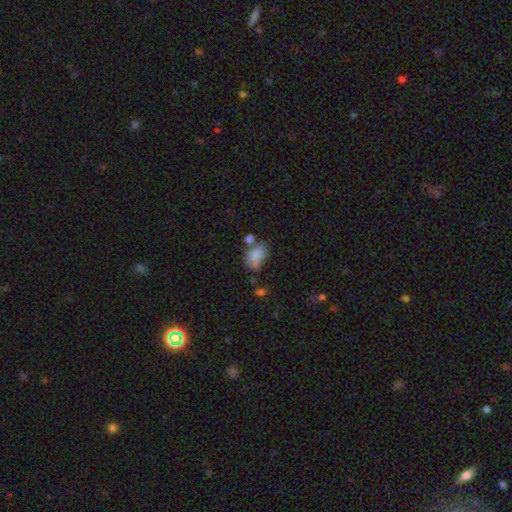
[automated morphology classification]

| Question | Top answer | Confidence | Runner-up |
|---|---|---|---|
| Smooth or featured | smooth | 78% | featured or disk (12%) |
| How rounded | in between | 80% | round (19%) |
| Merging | none | 40% | minor disturbance (25%) |